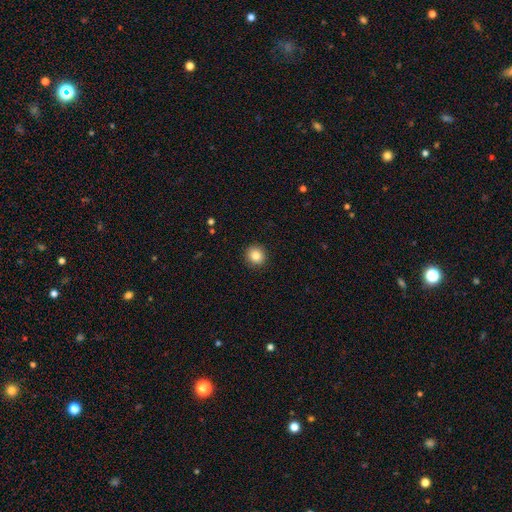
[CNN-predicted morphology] Smooth or featured? Predicted: smooth (p=0.84). How rounded? Predicted: round (p=0.92). Merging? Predicted: none (p=0.92).